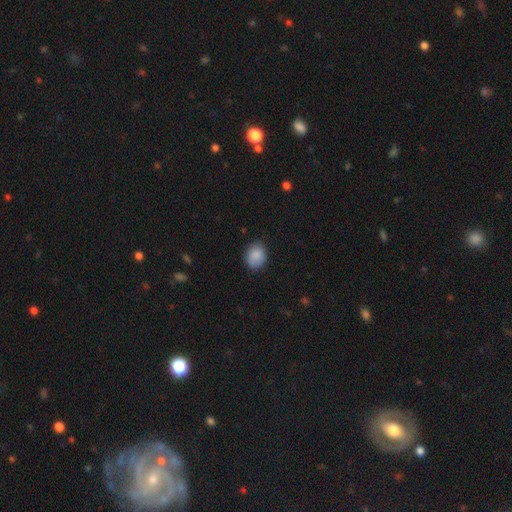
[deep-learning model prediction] This appears to be a smooth galaxy with no disk features (88%) that is in between round and cigar-shaped (51%). Merging: none (80%).